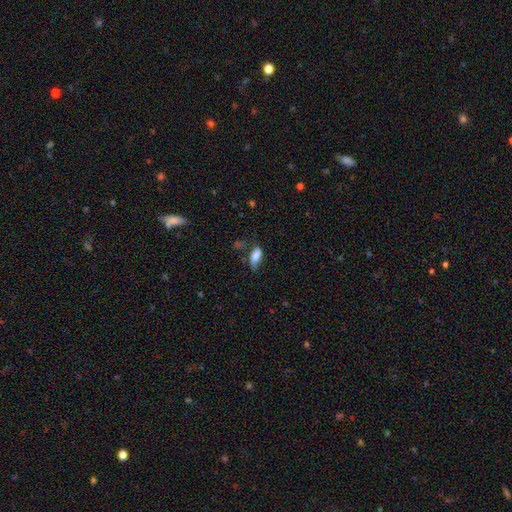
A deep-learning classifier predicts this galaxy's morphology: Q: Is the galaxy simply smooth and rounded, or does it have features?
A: smooth — 81%.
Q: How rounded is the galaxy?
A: in between — 83%.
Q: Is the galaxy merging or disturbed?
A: none — 45%.